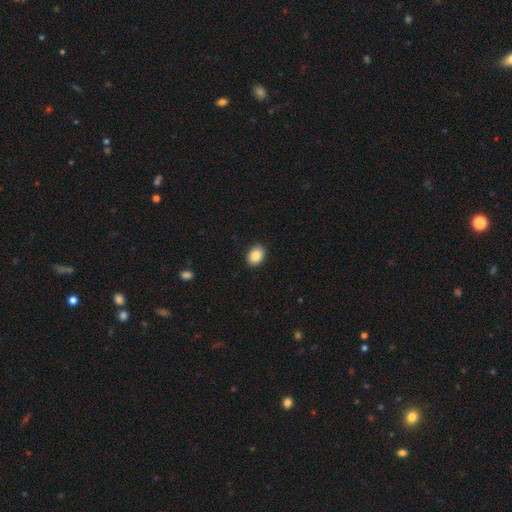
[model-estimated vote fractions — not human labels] Overall: smooth (87%). How rounded: in between (63%; round 37%). Merging: none (90%).